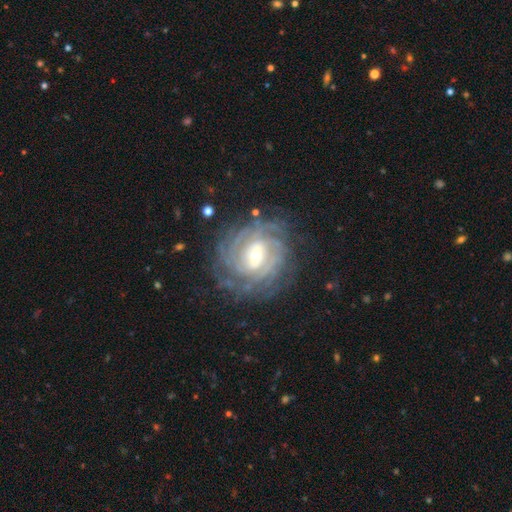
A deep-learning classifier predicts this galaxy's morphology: Q: Smooth or featured?
A: featured or disk (88%); runner-up: star or artifact (6%)
Q: Edge-on disk?
A: no (97%); runner-up: yes (3%)
Q: Bar?
A: weak (51%); runner-up: strong (27%)
Q: Spiral arms?
A: yes (97%); runner-up: no (3%)
Q: Spiral winding?
A: tight (80%); runner-up: medium (17%)
Q: Spiral arm count?
A: can't tell (32%); runner-up: 4 (22%)
Q: Bulge size?
A: small (48%); runner-up: moderate (47%)
Q: Merging?
A: none (79%); runner-up: minor disturbance (14%)